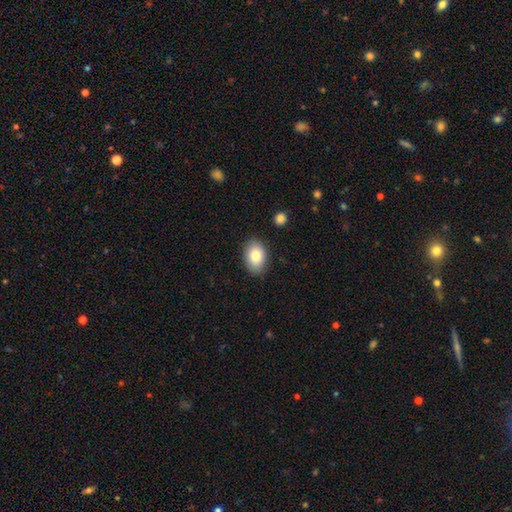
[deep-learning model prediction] This is clearly a smooth galaxy (81%). How rounded: clearly in between (85%). Merging: clearly none (85%).